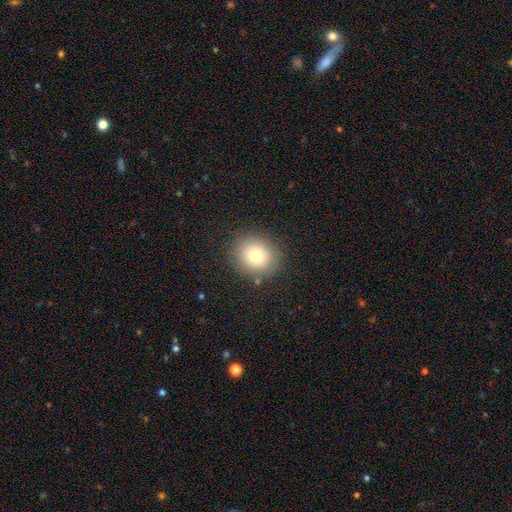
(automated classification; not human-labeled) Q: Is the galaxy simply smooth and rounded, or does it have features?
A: smooth — 75%.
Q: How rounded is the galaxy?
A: round — 78%.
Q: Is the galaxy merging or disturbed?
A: none — 85%.